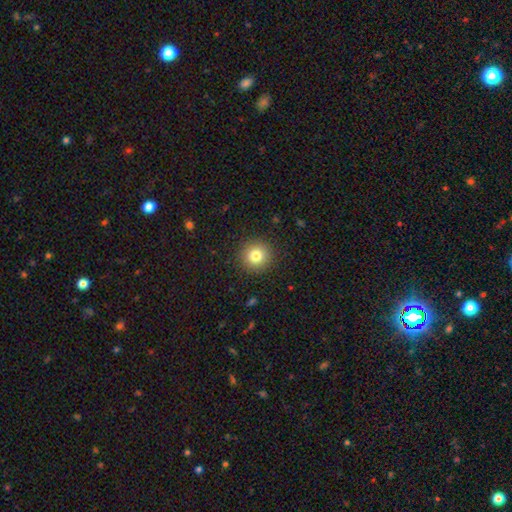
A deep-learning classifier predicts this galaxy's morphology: Q: Smooth or featured?
A: smooth (81%); runner-up: star or artifact (11%)
Q: How rounded?
A: round (94%); runner-up: in between (5%)
Q: Merging?
A: none (91%); runner-up: minor disturbance (6%)